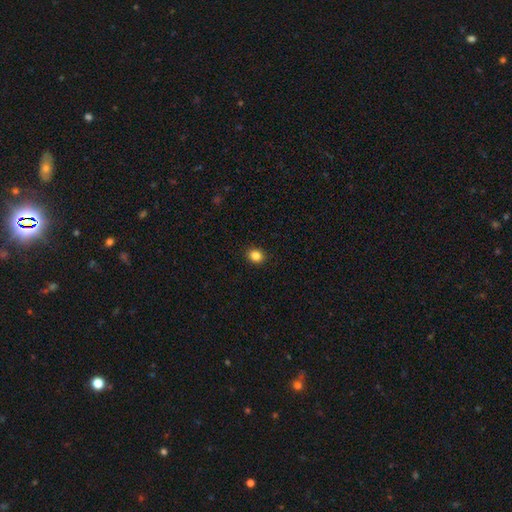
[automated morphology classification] A smooth galaxy with no disk features (85%) that is round (69%). Merging: none (91%).